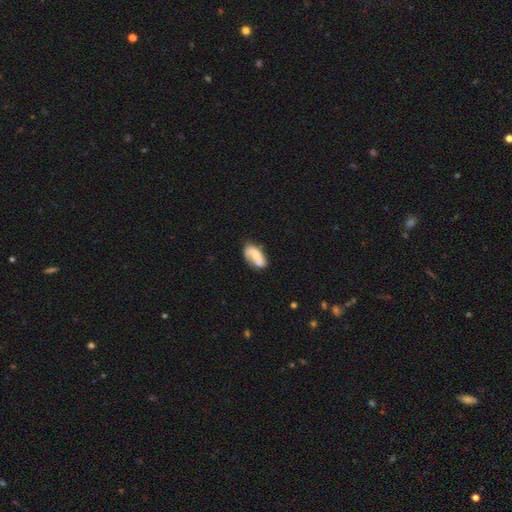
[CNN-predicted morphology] Smooth or featured? Predicted: featured or disk (p=0.52). Edge-on disk? Predicted: no (p=0.95). Merging? Predicted: none (p=0.57).